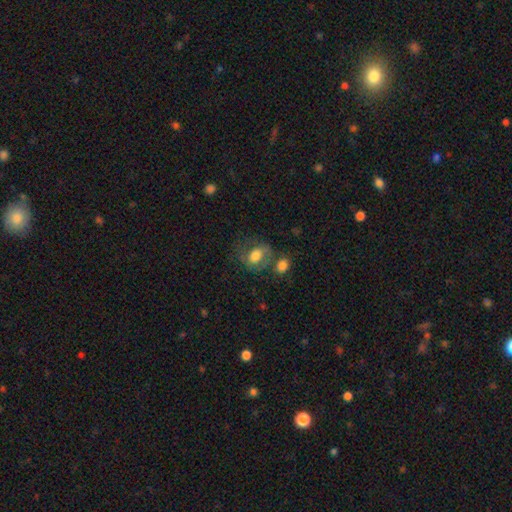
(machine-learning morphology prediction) This appears to be a smooth galaxy with no disk features (58%) that is in between round and cigar-shaped (60%). Merging: none (48%).